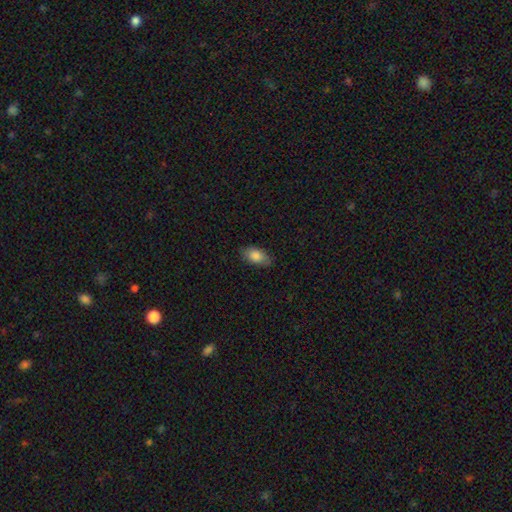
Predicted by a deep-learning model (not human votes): A smooth galaxy with no disk features (85%) that is in between round and cigar-shaped (92%). Merging: none (81%).